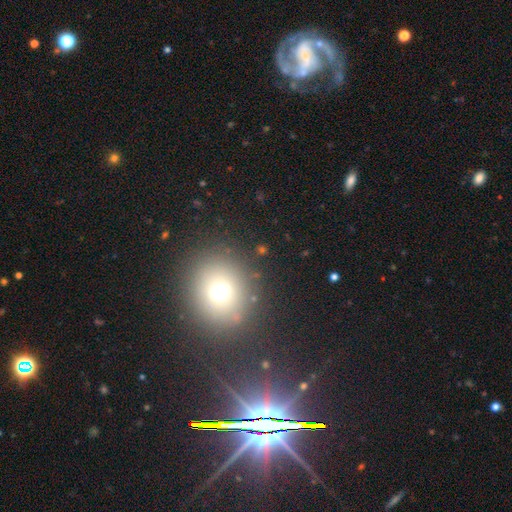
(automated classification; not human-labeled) Smooth or featured?
  - smooth: 43% *
  - star or artifact: 34%
  - featured or disk: 23%
Merging?
  - none: 86% *
  - minor disturbance: 8%
  - major disturbance: 4%
  - merger: 2%